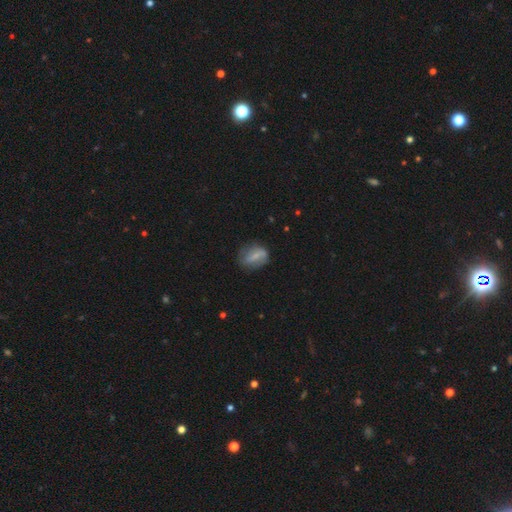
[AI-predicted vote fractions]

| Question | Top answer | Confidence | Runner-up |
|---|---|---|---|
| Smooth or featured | smooth | 56% | featured or disk (35%) |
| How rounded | in between | 66% | round (28%) |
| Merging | none | 65% | minor disturbance (24%) |